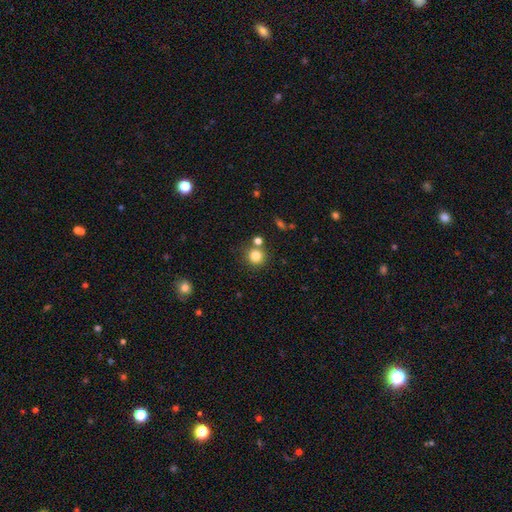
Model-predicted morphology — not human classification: This appears to be a smooth galaxy with no disk features (81%) that is round (93%). Merging: none (76%).